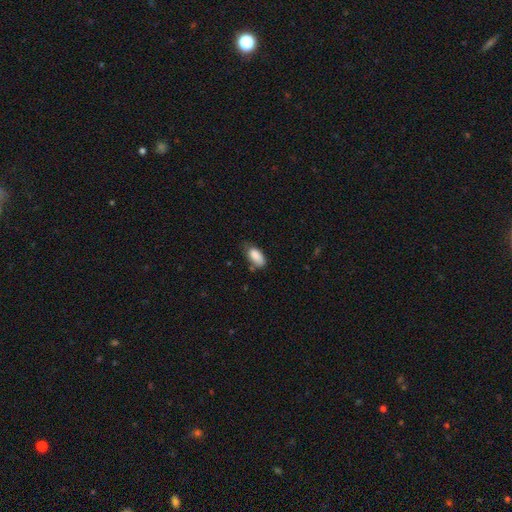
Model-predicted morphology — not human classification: A smooth galaxy with no disk features (86%) that is in between round and cigar-shaped (91%). Merging: none (53%).